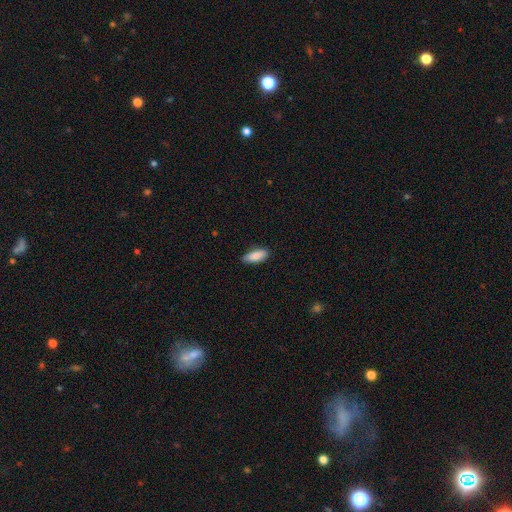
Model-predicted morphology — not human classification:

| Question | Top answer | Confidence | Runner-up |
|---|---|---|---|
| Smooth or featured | smooth | 88% | star or artifact (6%) |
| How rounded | in between | 81% | cigar-shaped (17%) |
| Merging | none | 77% | minor disturbance (19%) |